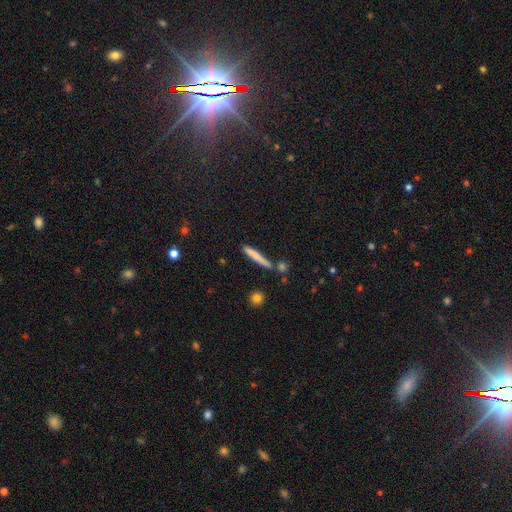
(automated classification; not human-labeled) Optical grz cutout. It shows a smooth galaxy with no disk features (68%) that is cigar-shaped (93%). Merging: none (78%).